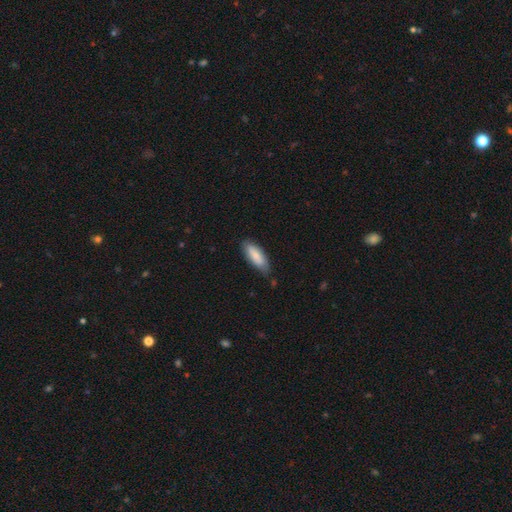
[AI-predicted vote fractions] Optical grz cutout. It shows a smooth galaxy with no disk features (80%) that is in between round and cigar-shaped (70%). Merging: none (71%).